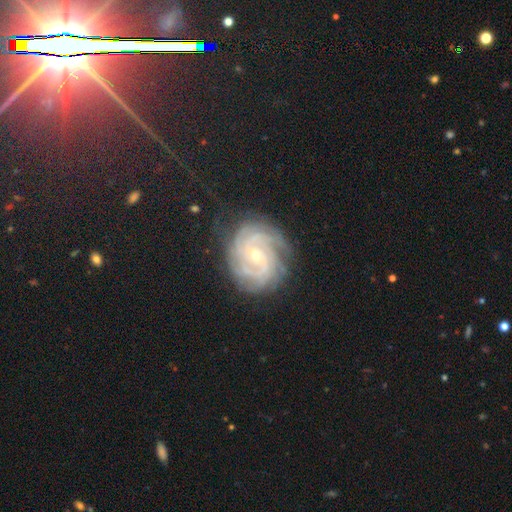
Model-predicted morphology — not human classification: featured or disk 86%, star or artifact 7%, smooth 7%. Down the decision tree: edge-on disk — no (97%); bar — no (58%); spiral arms — yes (98%); spiral arm count — can't tell (26%); spiral winding — tight (77%); bulge size — small (66%); merging — none (78%).